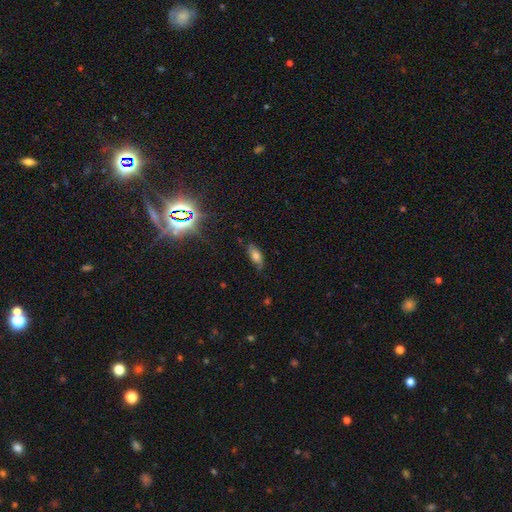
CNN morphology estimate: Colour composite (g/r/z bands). It shows a smooth galaxy with no disk features (64%) that is in between round and cigar-shaped (77%). Merging: none (69%).